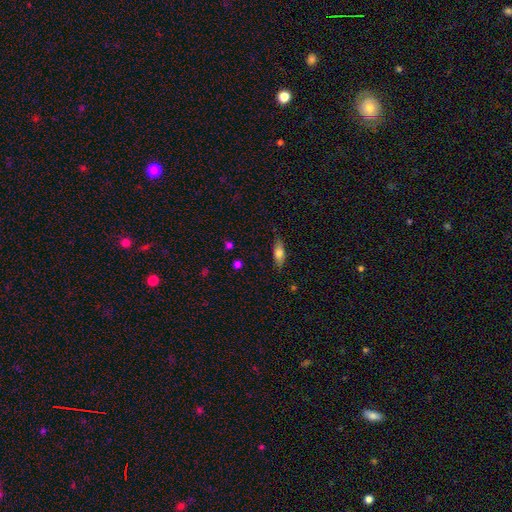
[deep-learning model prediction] A smooth galaxy with no disk features (68%) that is in between round and cigar-shaped (61%). Merging: none (82%).